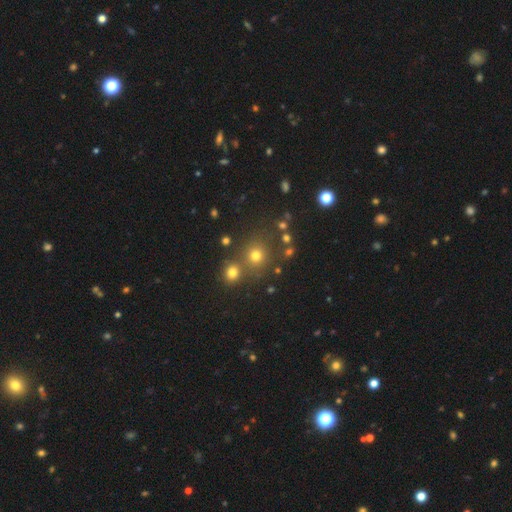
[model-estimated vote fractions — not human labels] A smooth galaxy with no disk features (71%) that is round (88%). Merging: none (69%).